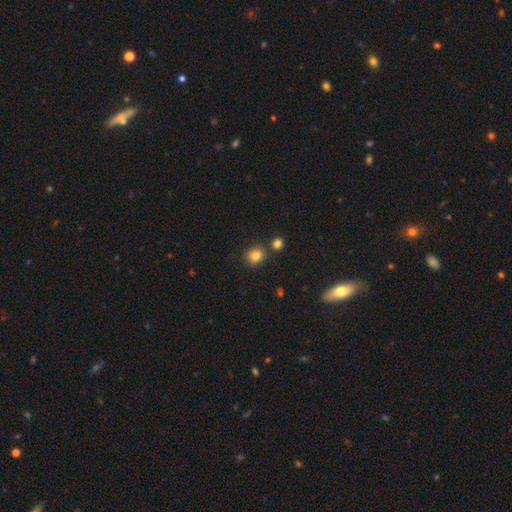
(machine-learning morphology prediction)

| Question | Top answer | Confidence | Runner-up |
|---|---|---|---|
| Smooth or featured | smooth | 82% | star or artifact (11%) |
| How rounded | round | 68% | in between (31%) |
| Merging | none | 76% | minor disturbance (11%) |